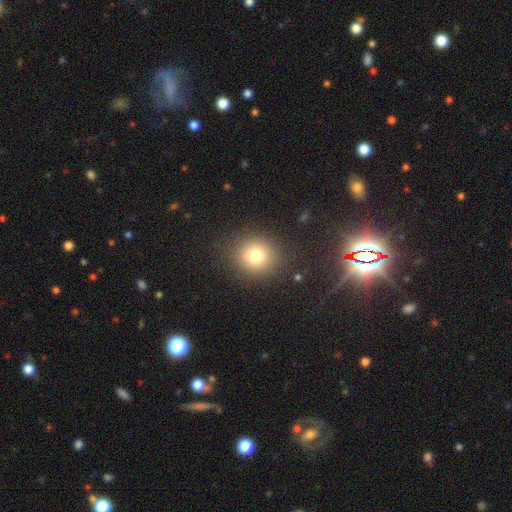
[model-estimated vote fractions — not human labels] This appears to be a smooth galaxy with no disk features (76%) that is round (85%). Merging: none (86%).